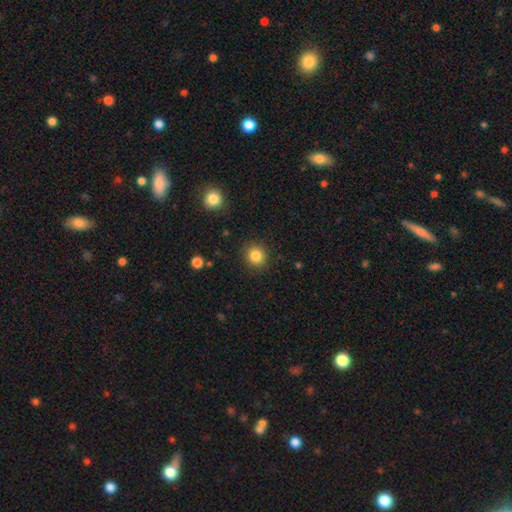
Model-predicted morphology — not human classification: Smooth or featured? Predicted: smooth (p=0.84). How rounded? Predicted: round (p=0.89). Merging? Predicted: none (p=0.89).